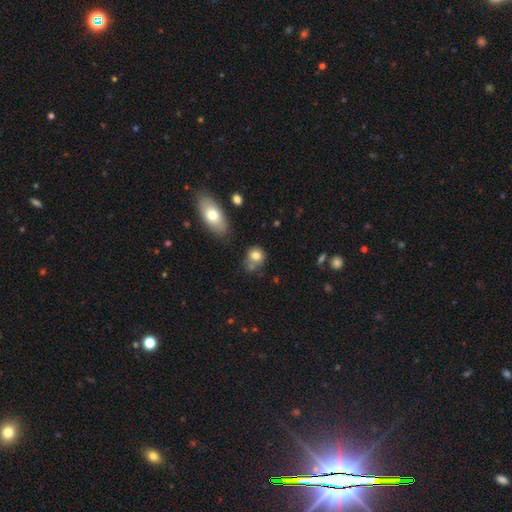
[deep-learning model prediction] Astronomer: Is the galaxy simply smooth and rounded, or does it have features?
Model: smooth — 78%.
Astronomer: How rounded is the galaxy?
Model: round — 70%.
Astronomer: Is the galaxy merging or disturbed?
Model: none — 55%.